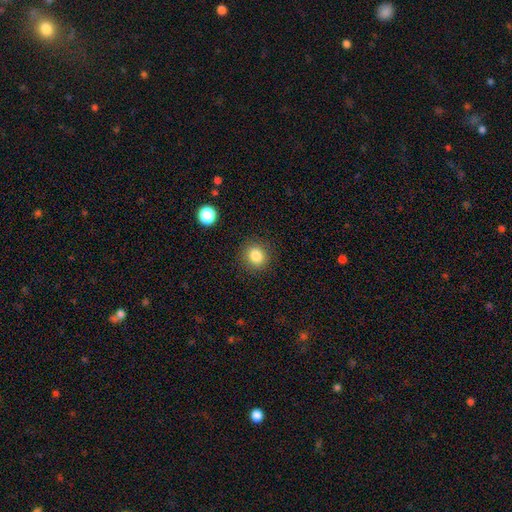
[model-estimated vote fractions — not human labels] This appears to be a smooth galaxy with no disk features (84%) that is round (84%). Merging: none (89%).